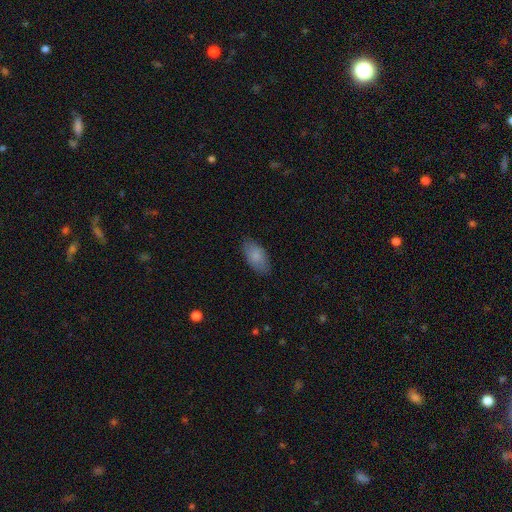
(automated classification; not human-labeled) A smooth galaxy with no disk features (84%) that is in between round and cigar-shaped (93%). Merging: none (83%).